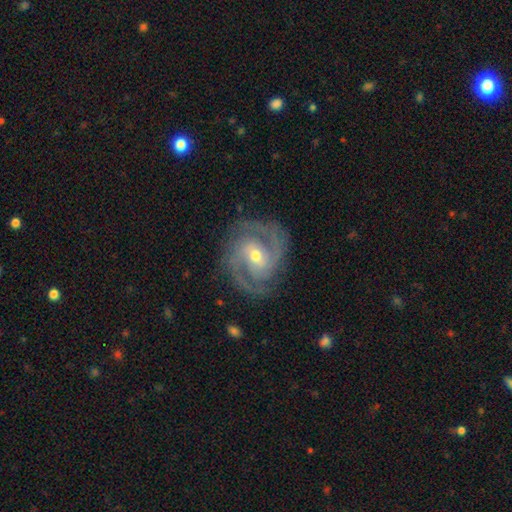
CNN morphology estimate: Smooth or featured?
  - featured or disk: 91% *
  - smooth: 4%
  - star or artifact: 4%
Edge-on disk?
  - no: 98% *
  - yes: 2%
Bar?
  - weak: 47% *
  - no: 35%
  - strong: 18%
Spiral arms?
  - yes: 98% *
  - no: 2%
Spiral winding?
  - medium: 47% *
  - tight: 46%
  - loose: 7%
Spiral arm count?
  - 2: 60% *
  - 3: 23%
  - can't tell: 7%
  - 4: 4%
  - 1: 3%
  - more than 4: 3%
Bulge size?
  - moderate: 55% *
  - small: 41%
  - large: 2%
  - none: 1%
  - dominant: 1%
Merging?
  - none: 81% *
  - minor disturbance: 13%
  - major disturbance: 5%
  - merger: 1%